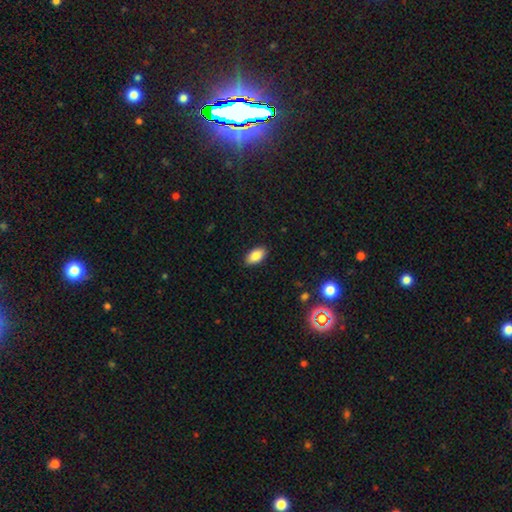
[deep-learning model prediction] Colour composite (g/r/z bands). It shows a smooth galaxy with no disk features (85%) that is in between round and cigar-shaped (93%). Merging: none (89%).